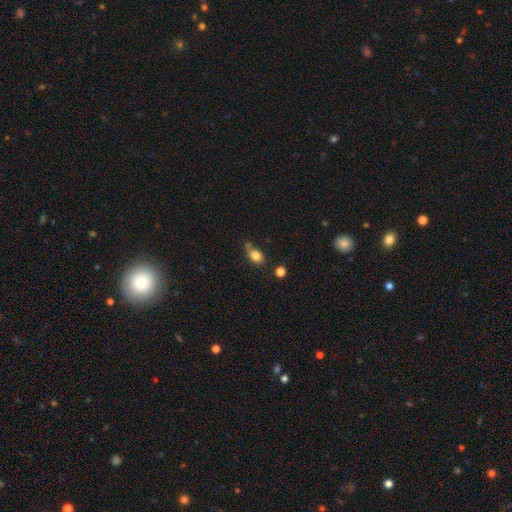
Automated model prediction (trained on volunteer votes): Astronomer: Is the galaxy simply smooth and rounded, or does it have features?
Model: smooth — 81%.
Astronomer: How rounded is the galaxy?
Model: in between — 63%.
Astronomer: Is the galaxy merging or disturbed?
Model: none — 51% (runner-up: minor disturbance, 29%).